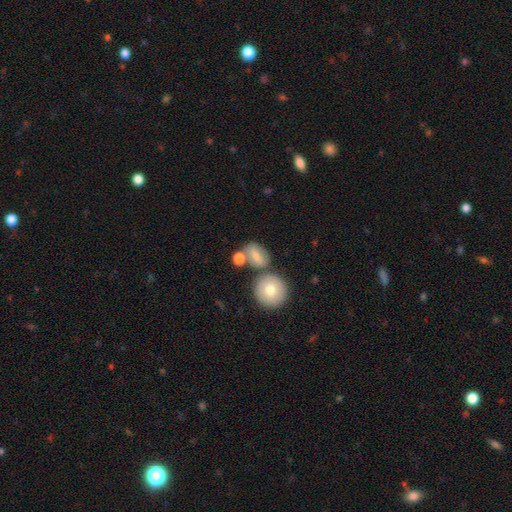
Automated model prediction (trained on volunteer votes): Smooth or featured?
  - smooth: 70% *
  - featured or disk: 21%
  - star or artifact: 9%
How rounded?
  - in between: 58% *
  - round: 38%
  - cigar-shaped: 4%
Merging?
  - none: 52% *
  - merger: 27%
  - minor disturbance: 15%
  - major disturbance: 6%